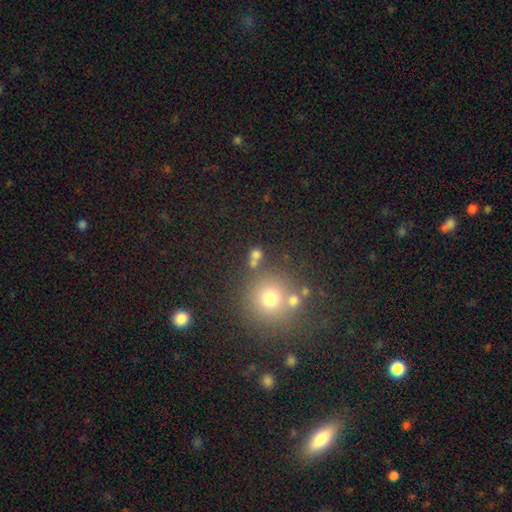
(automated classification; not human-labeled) This appears to be a smooth galaxy with no disk features (71%) that is round (82%). Merging: none (64%).